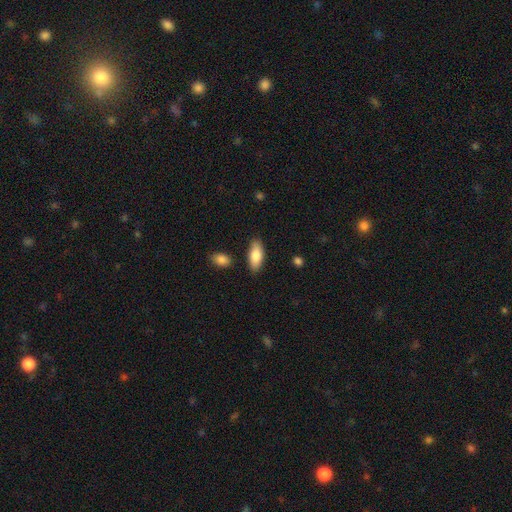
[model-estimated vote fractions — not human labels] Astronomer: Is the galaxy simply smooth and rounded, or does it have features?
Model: smooth — 83%.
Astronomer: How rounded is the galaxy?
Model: in between — 84%.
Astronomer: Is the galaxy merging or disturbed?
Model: none — 84%.